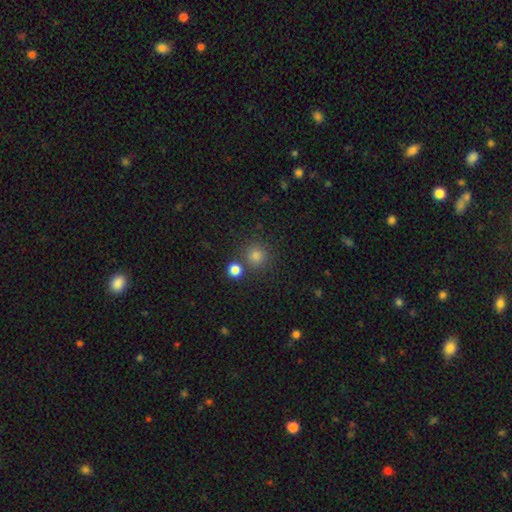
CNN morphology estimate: smooth-or-featured: smooth: 78% | star or artifact: 16% | featured or disk: 5%
  how-rounded: round: 93% | in between: 6% | cigar-shaped: 1%
  merging: none: 80% | merger: 11% | minor disturbance: 7% | major disturbance: 3%